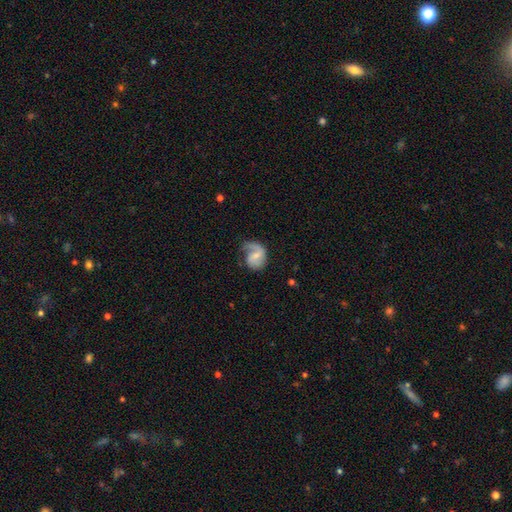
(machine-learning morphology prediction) Smooth or featured?
  - featured or disk: 67% *
  - smooth: 27%
  - star or artifact: 6%
Edge-on disk?
  - no: 98% *
  - yes: 2%
Bar?
  - weak: 47% *
  - no: 39%
  - strong: 14%
Spiral arms?
  - yes: 91% *
  - no: 9%
Spiral winding?
  - medium: 41% *
  - loose: 38%
  - tight: 20%
Spiral arm count?
  - 1: 51% *
  - 2: 42%
  - can't tell: 6%
  - 3: 1%
  - 4: 1%
  - more than 4: 1%
Bulge size?
  - small: 54% *
  - moderate: 31%
  - none: 12%
  - large: 3%
  - dominant: 1%
Merging?
  - none: 48% *
  - minor disturbance: 25%
  - major disturbance: 25%
  - merger: 2%